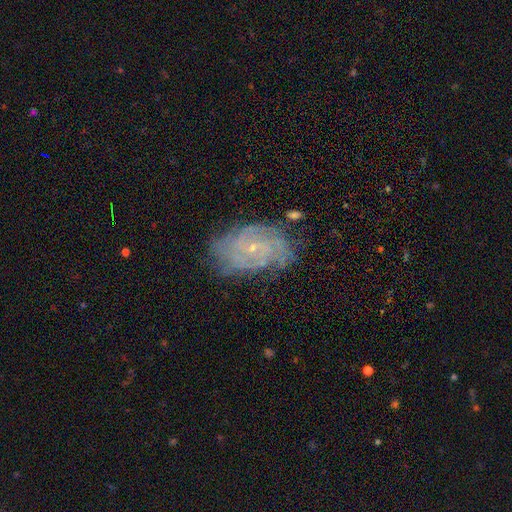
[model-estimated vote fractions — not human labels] featured or disk 77%, smooth 12%, star or artifact 11%. Down the decision tree: edge-on disk — no (96%); bar — no (68%); spiral arms — yes (95%); spiral arm count — can't tell (33%); spiral winding — tight (67%); bulge size — small (81%); merging — none (76%).